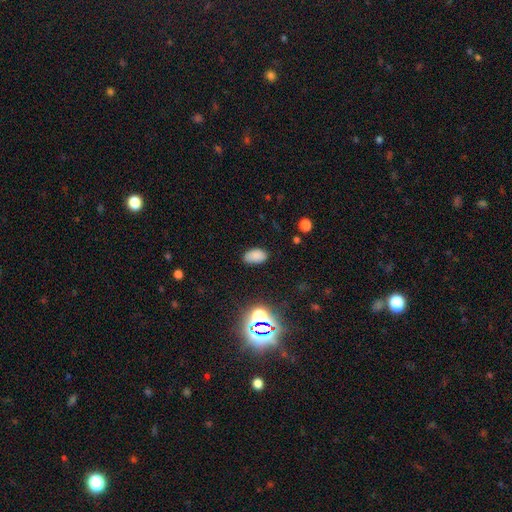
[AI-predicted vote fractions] smooth 80%, star or artifact 15%, featured or disk 5%. Down the decision tree: how rounded — in between (93%); merging — none (82%).